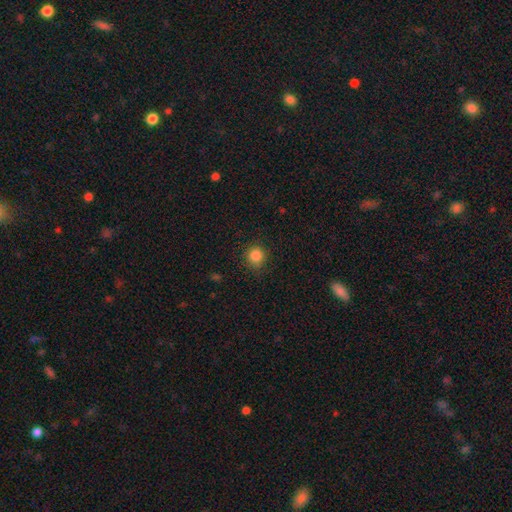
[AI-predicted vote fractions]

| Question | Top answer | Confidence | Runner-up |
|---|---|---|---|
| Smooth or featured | smooth | 85% | star or artifact (11%) |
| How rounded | round | 91% | in between (8%) |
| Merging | none | 86% | minor disturbance (10%) |